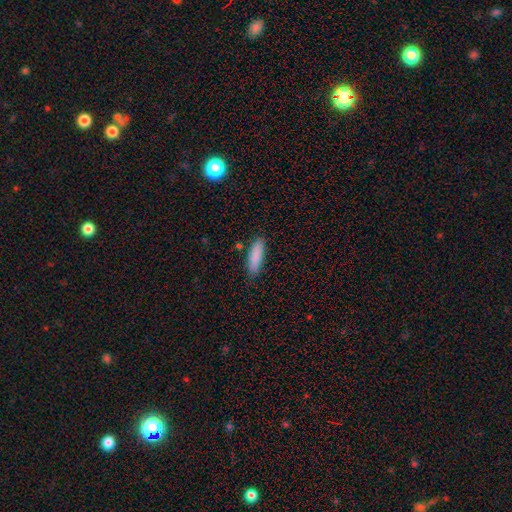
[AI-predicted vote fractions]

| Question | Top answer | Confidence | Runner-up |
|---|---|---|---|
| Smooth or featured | smooth | 87% | featured or disk (7%) |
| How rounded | cigar-shaped | 60% | in between (39%) |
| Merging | none | 83% | minor disturbance (13%) |